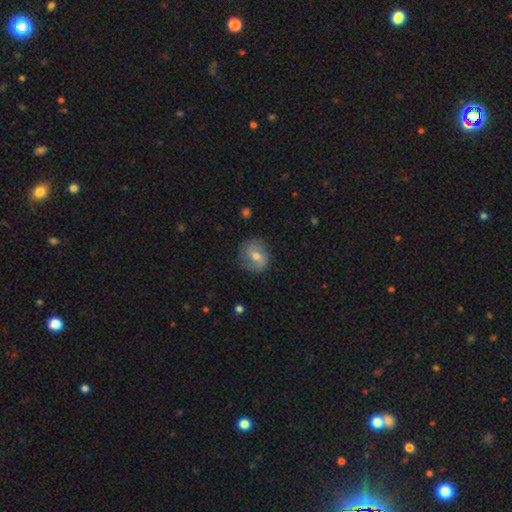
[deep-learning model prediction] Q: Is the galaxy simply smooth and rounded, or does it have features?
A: smooth — 53%.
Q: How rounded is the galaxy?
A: round — 72%.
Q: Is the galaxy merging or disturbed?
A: none — 73%.